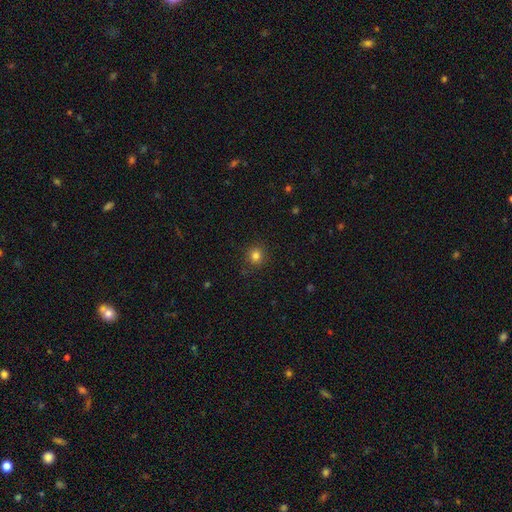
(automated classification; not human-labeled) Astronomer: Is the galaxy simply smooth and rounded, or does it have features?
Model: smooth — 83%.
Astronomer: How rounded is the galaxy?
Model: round — 88%.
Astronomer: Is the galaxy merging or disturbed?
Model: none — 89%.